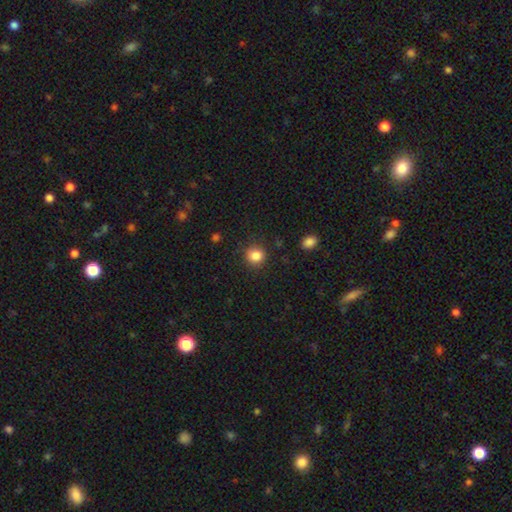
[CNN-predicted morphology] Smooth or featured? Predicted: smooth (p=0.84). How rounded? Predicted: round (p=0.87). Merging? Predicted: none (p=0.87).